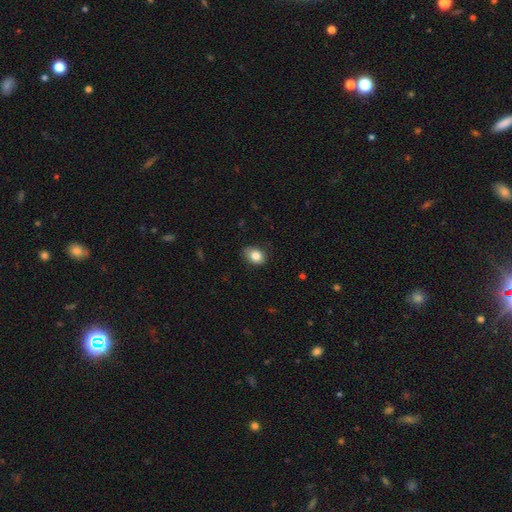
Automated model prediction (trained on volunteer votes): Smooth or featured?
  - smooth: 84% *
  - star or artifact: 8%
  - featured or disk: 8%
How rounded?
  - in between: 70% *
  - round: 29%
  - cigar-shaped: 1%
Merging?
  - none: 75% *
  - minor disturbance: 20%
  - major disturbance: 4%
  - merger: 1%